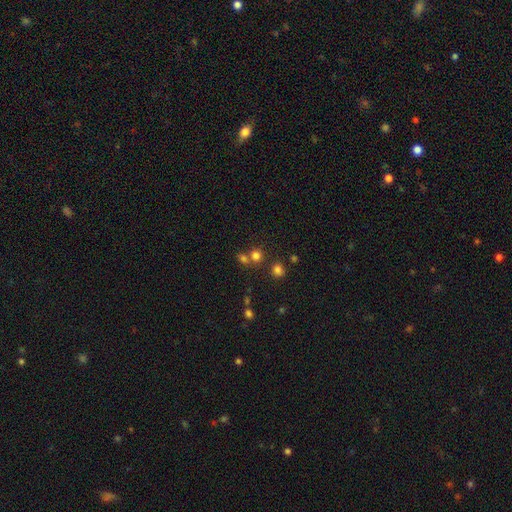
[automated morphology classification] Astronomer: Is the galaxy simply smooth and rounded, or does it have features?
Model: smooth — 73%.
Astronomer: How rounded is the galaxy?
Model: round — 85%.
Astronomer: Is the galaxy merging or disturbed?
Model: none — 60%.